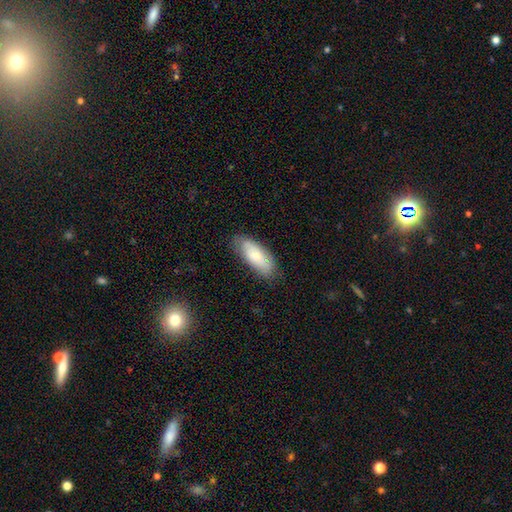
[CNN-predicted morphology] The model was most divided on "smooth or featured": smooth: 73%, featured or disk: 21%, star or artifact: 6%. More confident: how rounded — in between (80%); merging — none (74%).